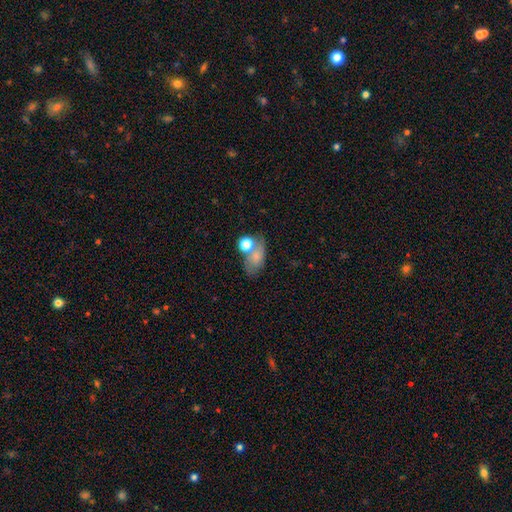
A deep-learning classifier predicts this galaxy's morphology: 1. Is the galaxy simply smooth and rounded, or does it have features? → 71% smooth, 18% featured or disk, 11% star or artifact.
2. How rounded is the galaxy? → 76% in between, 20% round, 4% cigar-shaped.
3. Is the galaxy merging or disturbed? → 40% none, 33% merger, 16% minor disturbance, 10% major disturbance.